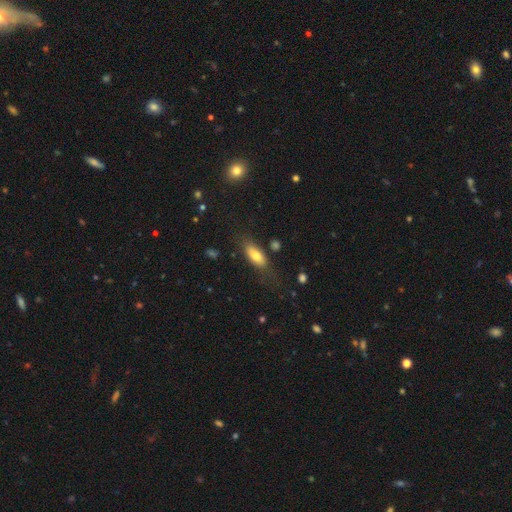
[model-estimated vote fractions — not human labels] A smooth galaxy with no disk features (74%) that is in between round and cigar-shaped (78%).

Vote fractions:
- Smooth or featured? smooth: 74% / featured or disk: 18% / star or artifact: 7%
- How rounded? in between: 78% / cigar-shaped: 19% / round: 3%
- Merging? none: 69% / minor disturbance: 19% / major disturbance: 8% / merger: 3%